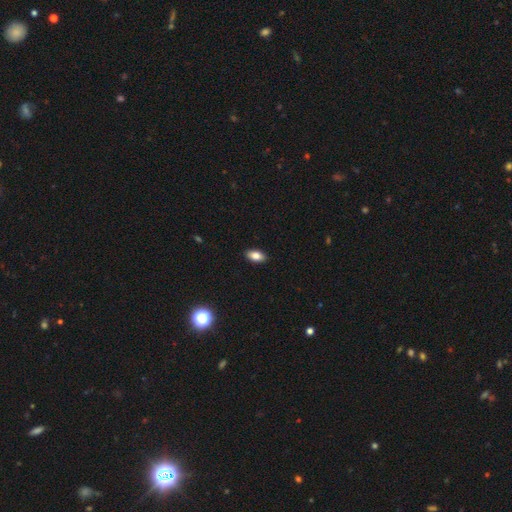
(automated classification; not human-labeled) Smooth or featured? Predicted: smooth (p=0.84). How rounded? Predicted: in between (p=0.91). Merging? Predicted: none (p=0.90).